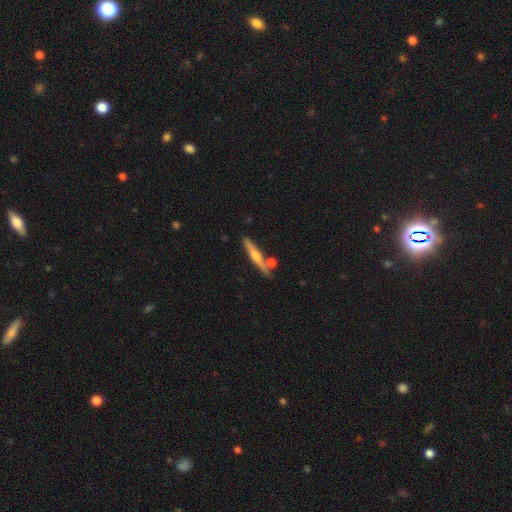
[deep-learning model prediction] smooth-or-featured: featured or disk: 63% | smooth: 30% | star or artifact: 6%
  disk-edge-on: yes: 96% | no: 4%
    edge-on-bulge: rounded: 88% | none: 7% | boxy: 5%
  merging: none: 75% | merger: 12% | minor disturbance: 10% | major disturbance: 3%